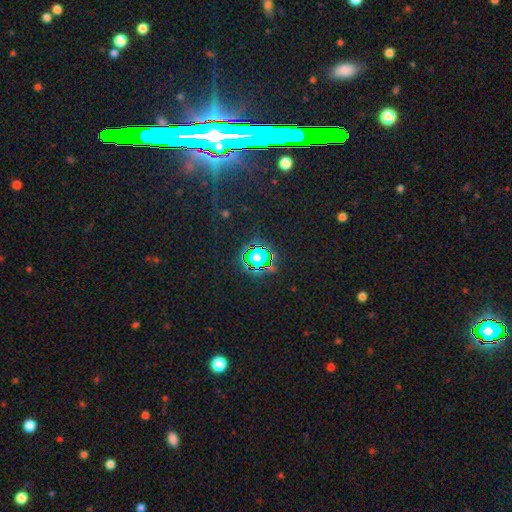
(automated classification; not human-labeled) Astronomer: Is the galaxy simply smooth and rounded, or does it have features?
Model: star or artifact — 69%.